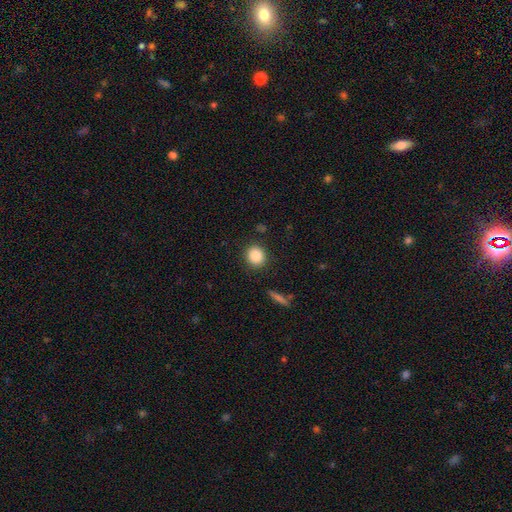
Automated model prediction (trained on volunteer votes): Overall: smooth (86%). How rounded: round (83%). Merging: none (88%).